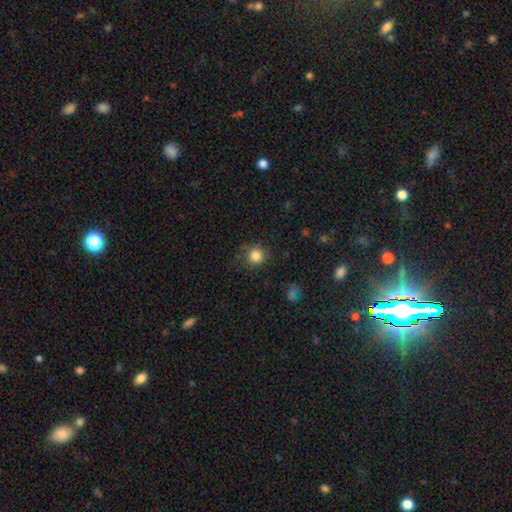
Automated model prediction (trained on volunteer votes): This appears to be a smooth galaxy with no disk features (84%) that is round (89%). Merging: none (76%).